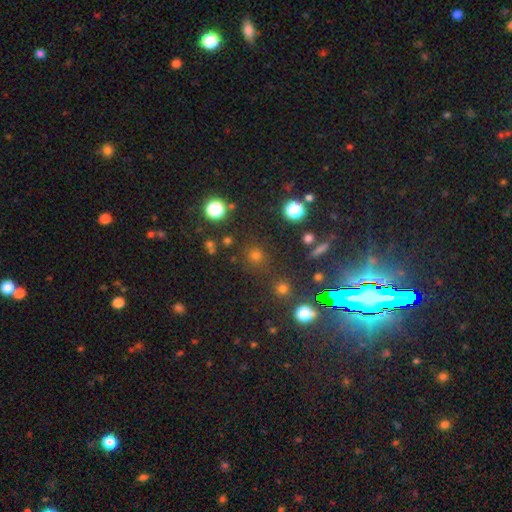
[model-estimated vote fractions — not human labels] A smooth galaxy with no disk features (54%) that is round (91%).

Vote fractions:
- Smooth or featured? smooth: 54% / star or artifact: 39% / featured or disk: 7%
- How rounded? round: 91% / in between: 8% / cigar-shaped: 1%
- Merging? none: 85% / minor disturbance: 8% / merger: 4% / major disturbance: 4%